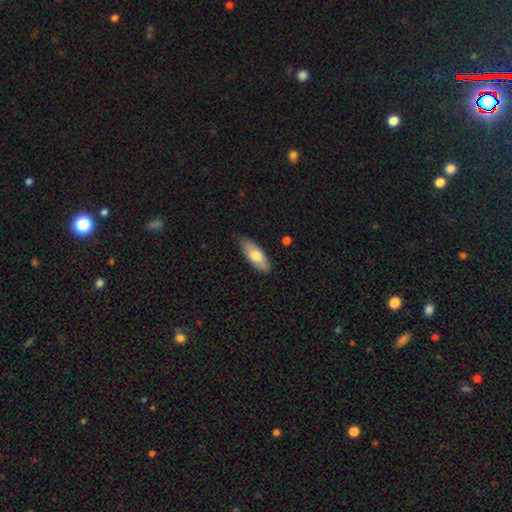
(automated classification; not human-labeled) This is likely a smooth galaxy (73%). How rounded: likely in between (71%). Merging: clearly none (85%).